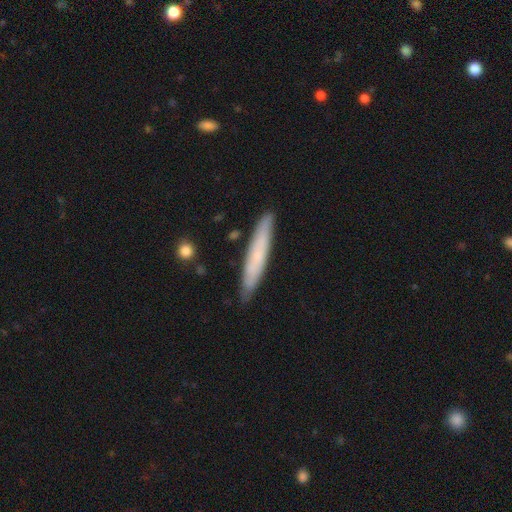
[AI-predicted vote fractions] Smooth or featured: smooth — 58% (featured or disk — 34%)
How rounded: cigar-shaped — 94% (in between — 5%)
Merging: none — 87% (minor disturbance — 10%)